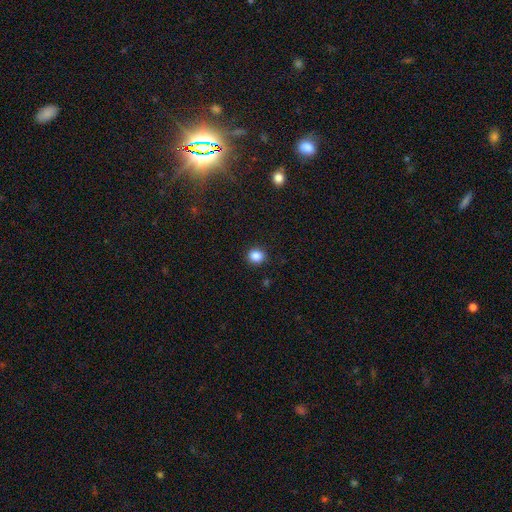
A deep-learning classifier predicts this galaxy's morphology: type=smooth (86%); roundness=round (85%); merging=none (90%).